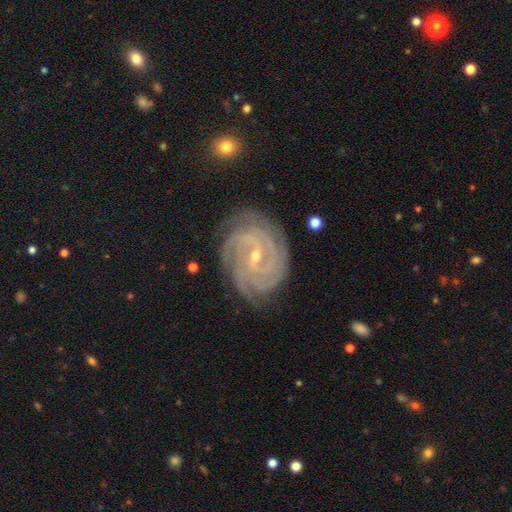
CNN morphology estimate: Smooth or featured: featured or disk — 91% (star or artifact — 6%)
Edge-on disk: no — 97% (yes — 3%)
Bar: weak — 45% (strong — 28%)
Spiral arms: yes — 99% (no — 1%)
Spiral winding: tight — 82% (medium — 16%)
Spiral arm count: 4 — 36% (3 — 21%)
Bulge size: small — 70% (moderate — 27%)
Merging: none — 81% (minor disturbance — 14%)